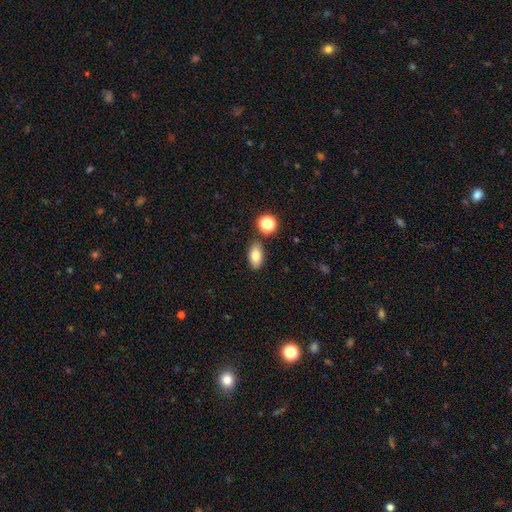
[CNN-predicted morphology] smooth 80%, featured or disk 11%, star or artifact 9%. Down the decision tree: how rounded — in between (89%); merging — none (83%).